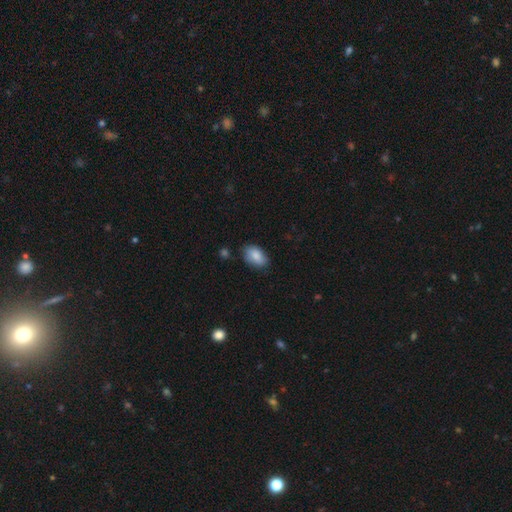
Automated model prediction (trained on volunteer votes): A smooth galaxy with no disk features (86%) that is in between round and cigar-shaped (92%). Merging: none (78%).